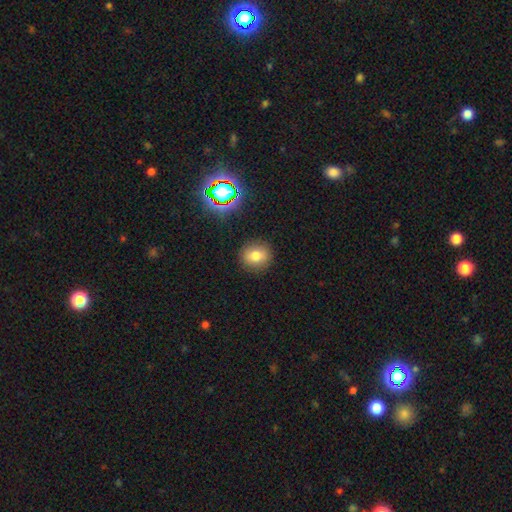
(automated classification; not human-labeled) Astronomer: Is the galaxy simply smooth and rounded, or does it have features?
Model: smooth — 74%.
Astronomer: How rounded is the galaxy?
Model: round — 77%.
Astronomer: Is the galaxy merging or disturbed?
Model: none — 88%.